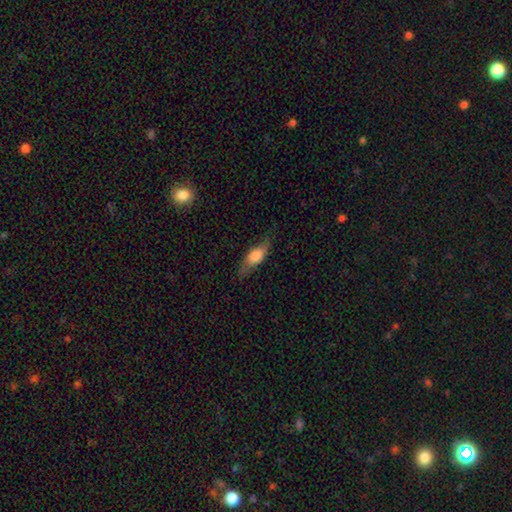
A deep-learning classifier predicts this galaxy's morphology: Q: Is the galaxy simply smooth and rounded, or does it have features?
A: smooth — 64%.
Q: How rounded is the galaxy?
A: in between — 64%.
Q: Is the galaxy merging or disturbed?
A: none — 73%.